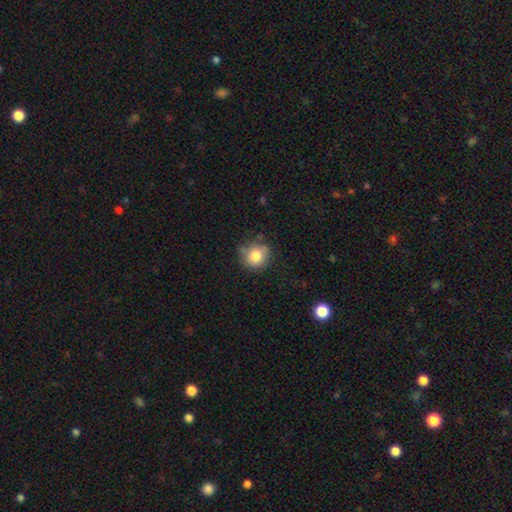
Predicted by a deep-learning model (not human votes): Overall: smooth (80%). How rounded: round (88%). Merging: none (72%).